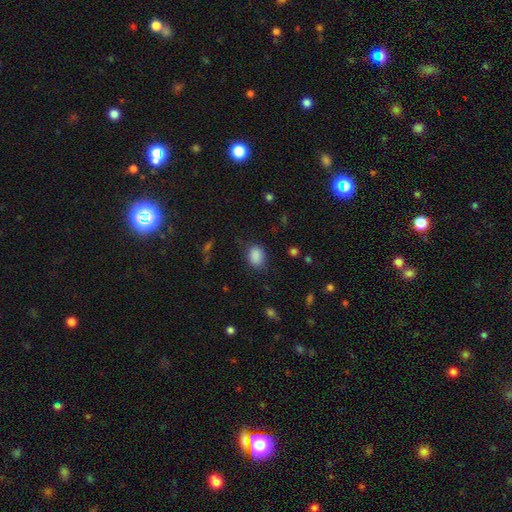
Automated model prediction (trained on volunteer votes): Overall: smooth (87%). How rounded: in between (69%; round 30%). Merging: none (78%).